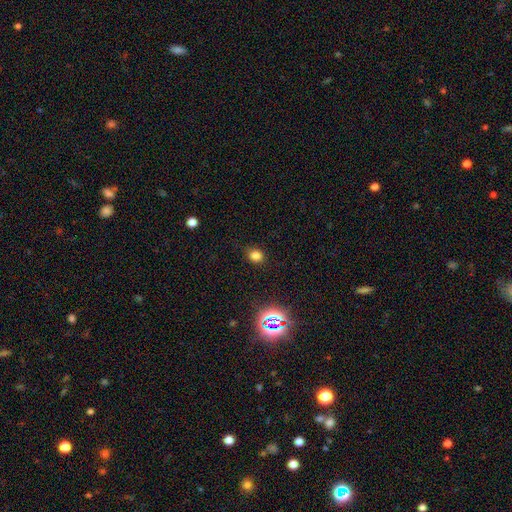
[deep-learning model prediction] This is likely a smooth galaxy (76%). How rounded: likely round (69%). Merging: clearly none (86%).